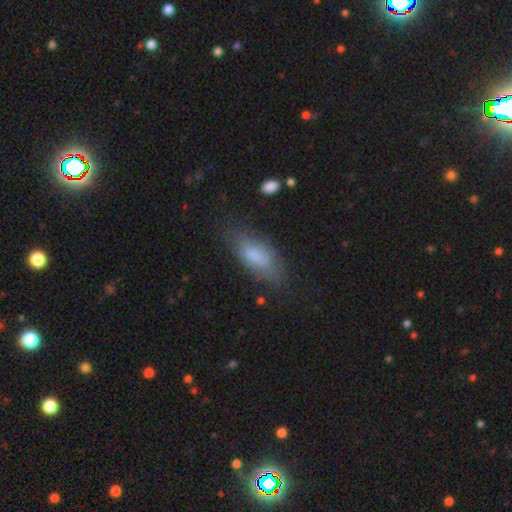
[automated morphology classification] Smooth or featured?
  - smooth: 75% *
  - featured or disk: 18%
  - star or artifact: 7%
How rounded?
  - in between: 77% *
  - cigar-shaped: 21%
  - round: 2%
Merging?
  - none: 64% *
  - minor disturbance: 24%
  - major disturbance: 10%
  - merger: 2%